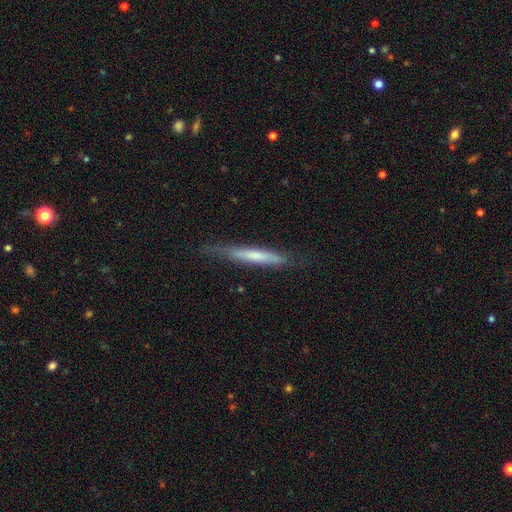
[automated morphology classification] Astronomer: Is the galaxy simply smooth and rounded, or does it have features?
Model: smooth — 56% (runner-up: featured or disk, 39%).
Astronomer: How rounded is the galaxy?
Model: cigar-shaped — 95%.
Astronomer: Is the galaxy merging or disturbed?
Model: none — 73%.